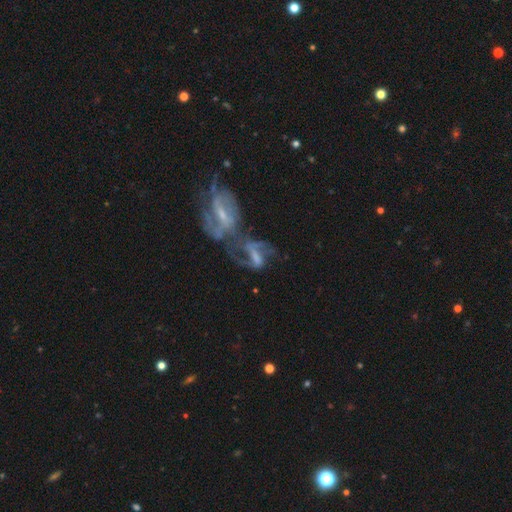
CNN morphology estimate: The model was most divided on "bar": strong: 39%, weak: 38%, no: 22%. Remaining: edge-on disk — no (96%); spiral arms — yes (77%); smooth or featured — featured or disk (73%); spiral arm count — 2 (70%); merging — merger (62%); spiral winding — loose (47%); bulge size — none (41%).